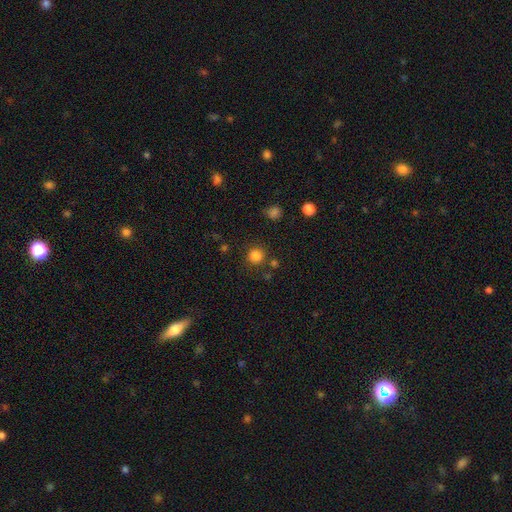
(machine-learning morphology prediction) Smooth or featured?
  - smooth: 83% *
  - star or artifact: 13%
  - featured or disk: 4%
How rounded?
  - round: 94% *
  - in between: 5%
  - cigar-shaped: 1%
Merging?
  - none: 85% *
  - minor disturbance: 7%
  - merger: 5%
  - major disturbance: 3%